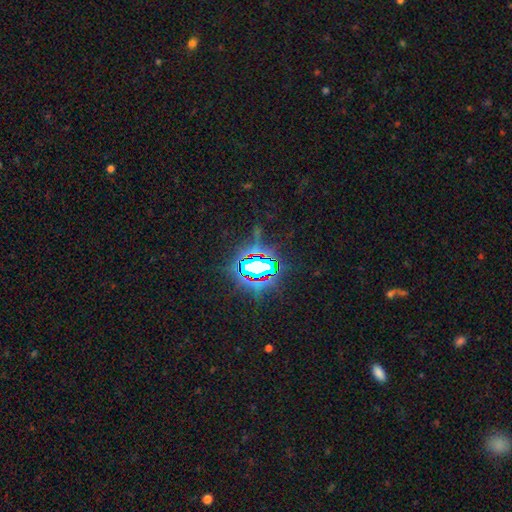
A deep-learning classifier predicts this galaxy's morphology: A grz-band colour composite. It shows a star or artifact, not a galaxy (84%).